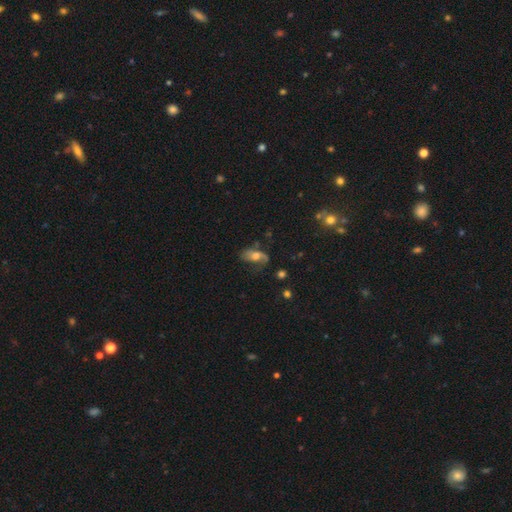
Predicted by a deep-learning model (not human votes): This appears to be a featured or disk galaxy (45%, tied with smooth). Merging: none (36%).